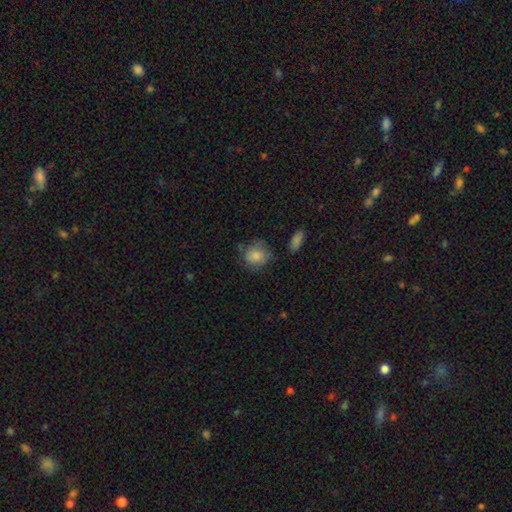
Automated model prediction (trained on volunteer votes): A smooth galaxy with no disk features (81%) that is round (76%).

Vote fractions:
- Smooth or featured? smooth: 81% / featured or disk: 11% / star or artifact: 8%
- How rounded? round: 76% / in between: 23% / cigar-shaped: 1%
- Merging? none: 59% / minor disturbance: 27% / major disturbance: 10% / merger: 4%